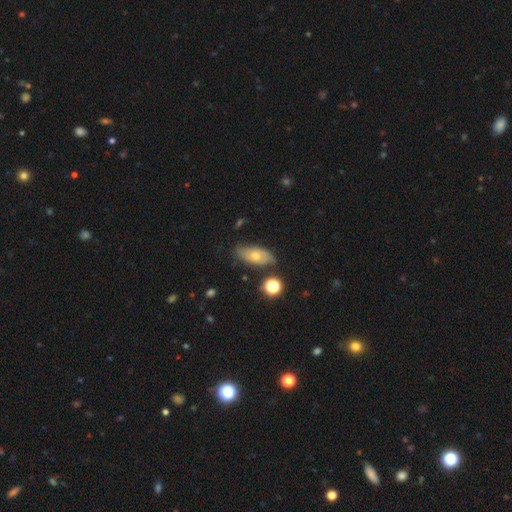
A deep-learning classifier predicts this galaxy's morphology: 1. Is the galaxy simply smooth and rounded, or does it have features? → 53% smooth, 37% featured or disk, 10% star or artifact.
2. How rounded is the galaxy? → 85% in between, 9% cigar-shaped, 7% round.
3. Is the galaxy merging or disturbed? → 75% none, 17% minor disturbance, 4% major disturbance, 4% merger.